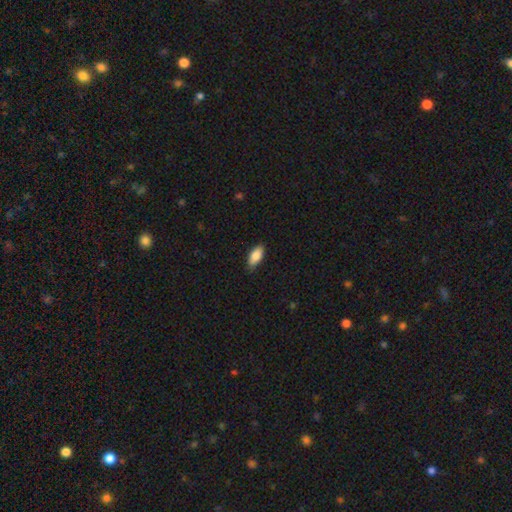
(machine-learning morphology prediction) A smooth galaxy with no disk features (86%) that is in between round and cigar-shaped (88%). Merging: none (82%).